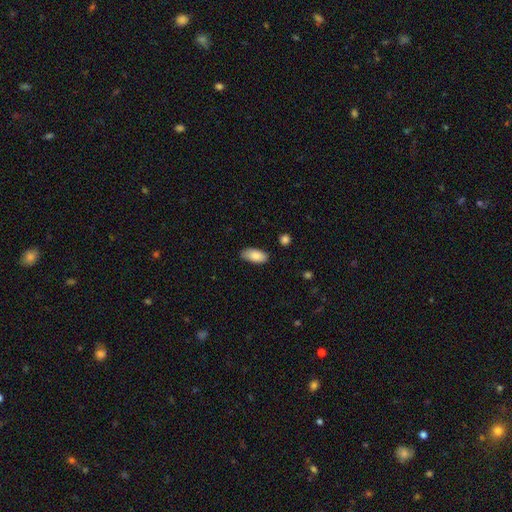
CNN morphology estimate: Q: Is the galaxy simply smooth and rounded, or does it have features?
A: smooth — 85%.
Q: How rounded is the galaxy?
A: in between — 92%.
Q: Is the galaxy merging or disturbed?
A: none — 80%.